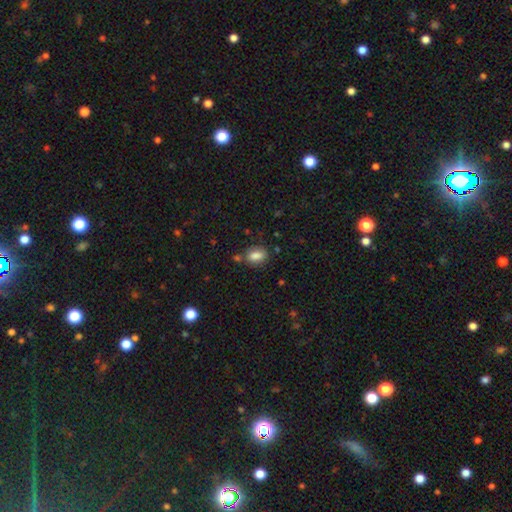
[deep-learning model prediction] Smooth or featured?
  - smooth: 84% *
  - star or artifact: 9%
  - featured or disk: 7%
How rounded?
  - in between: 82% *
  - round: 15%
  - cigar-shaped: 3%
Merging?
  - none: 70% *
  - minor disturbance: 16%
  - merger: 9%
  - major disturbance: 4%